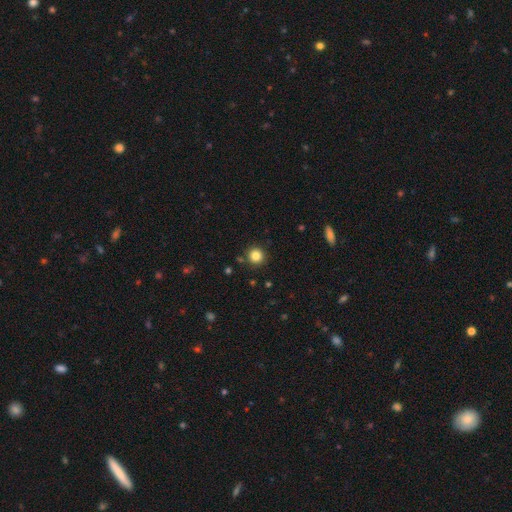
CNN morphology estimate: Smooth or featured? Predicted: smooth (p=0.83). How rounded? Predicted: round (p=0.95). Merging? Predicted: none (p=0.90).